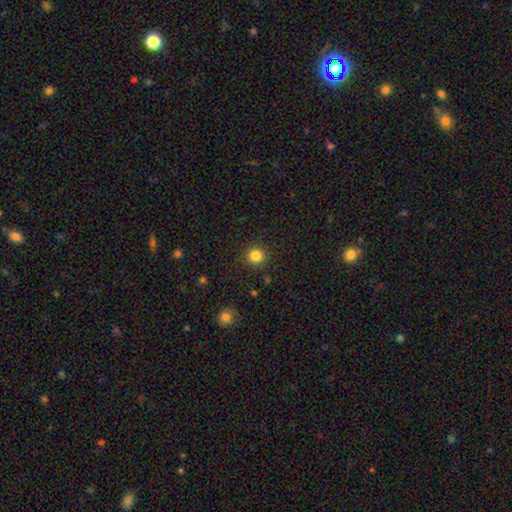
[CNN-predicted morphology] Smooth or featured? Predicted: smooth (p=0.84). How rounded? Predicted: round (p=0.93). Merging? Predicted: none (p=0.91).